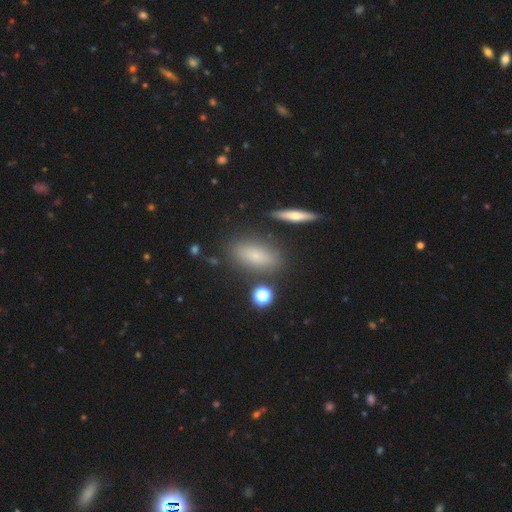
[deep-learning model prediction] smooth_or_featured: smooth (p=0.68) [alt: featured or disk p=0.19]
how_rounded: in between (p=0.73) [alt: cigar-shaped p=0.20]
merging: none (p=0.79) [alt: minor disturbance p=0.13]